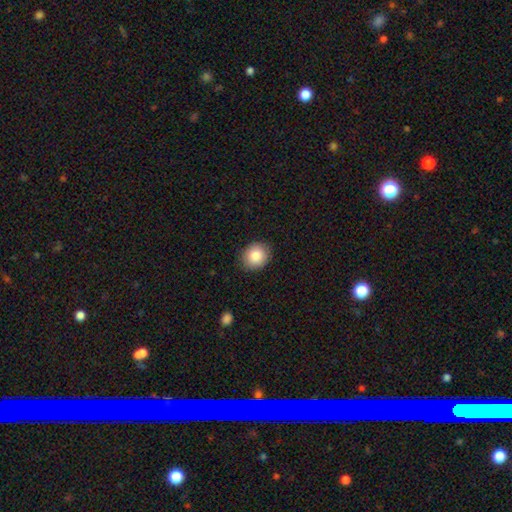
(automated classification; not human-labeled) Morphology: type=smooth (86%); roundness=round (73%); merging=none (88%).